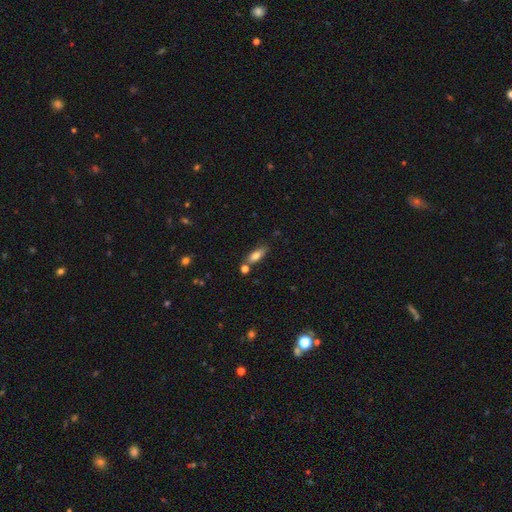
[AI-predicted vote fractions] The model was most divided on "how rounded": in between: 69%, cigar-shaped: 28%, round: 3%. More confident: smooth or featured — smooth (75%); merging — none (68%).